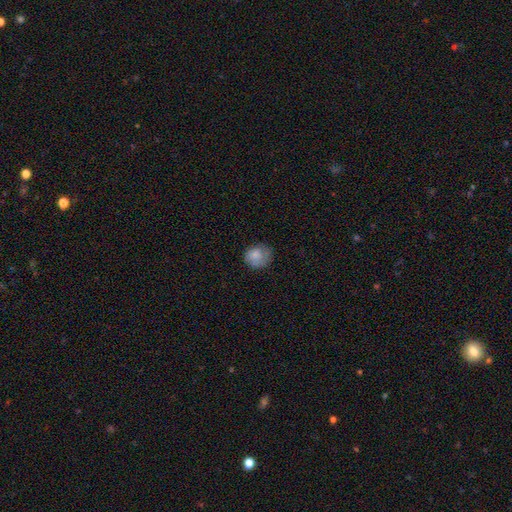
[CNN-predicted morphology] This is clearly a smooth galaxy (83%). How rounded: likely round (74%). Merging: likely none (69%).